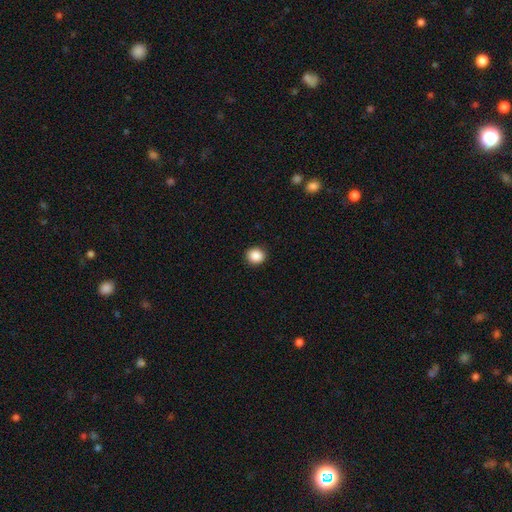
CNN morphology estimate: This appears to be a smooth galaxy with no disk features (88%) that is round (83%). Merging: none (91%).